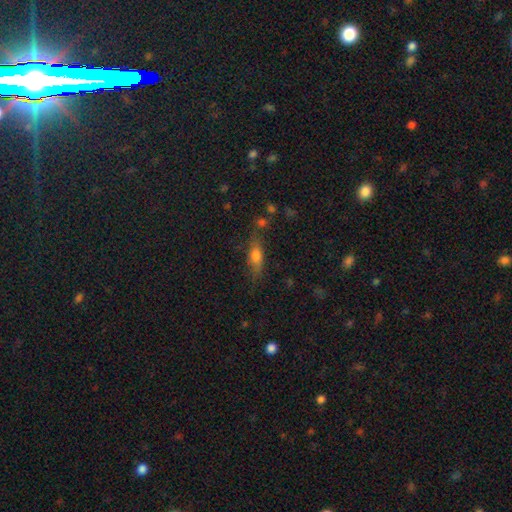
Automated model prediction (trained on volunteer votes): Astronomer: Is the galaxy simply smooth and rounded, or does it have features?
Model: smooth — 70%.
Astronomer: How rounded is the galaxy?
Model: in between — 64%.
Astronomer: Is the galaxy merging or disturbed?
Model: none — 65%.